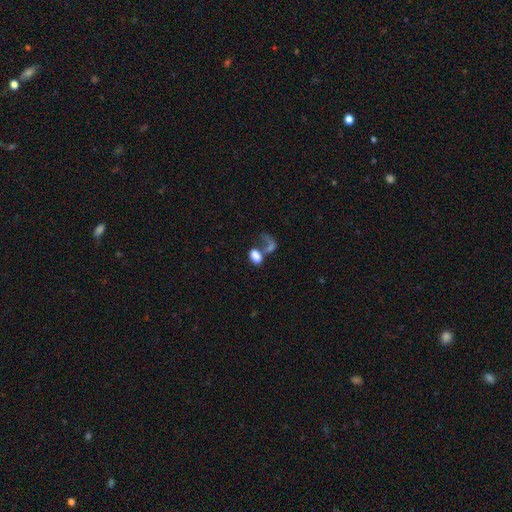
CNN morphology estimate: A smooth galaxy with no disk features (73%) that is in between round and cigar-shaped (83%).

Vote fractions:
- Smooth or featured? smooth: 73% / featured or disk: 16% / star or artifact: 11%
- How rounded? in between: 83% / round: 15% / cigar-shaped: 2%
- Merging? merger: 51% / major disturbance: 21% / none: 20% / minor disturbance: 9%